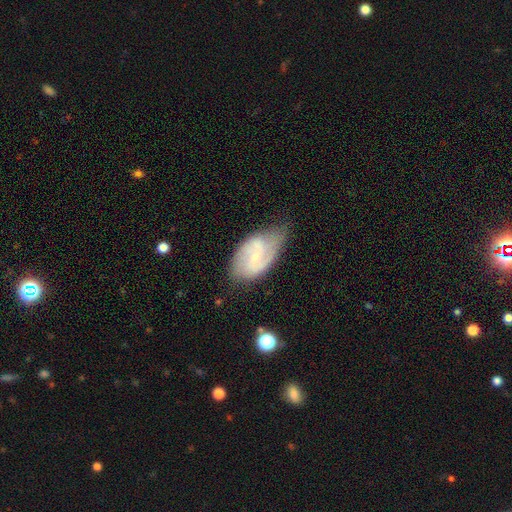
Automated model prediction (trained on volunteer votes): Overall: featured or disk (74%). Edge-on disk: no (97%). Bar: weak (54%; no 31%). Spiral arms: yes (92%). Spiral arm count: 2 (79%). Spiral winding: medium (49%; tight 26%). Bulge size: small (71%). Merging: none (57%; minor disturbance 31%).